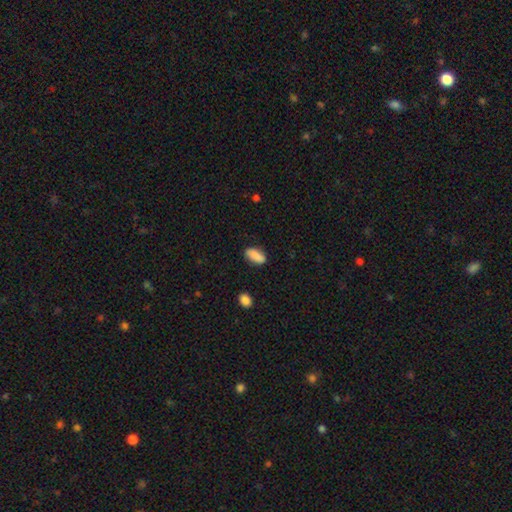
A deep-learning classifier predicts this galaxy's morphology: Smooth or featured? Predicted: smooth (p=0.88). How rounded? Predicted: in between (p=0.85). Merging? Predicted: none (p=0.84).